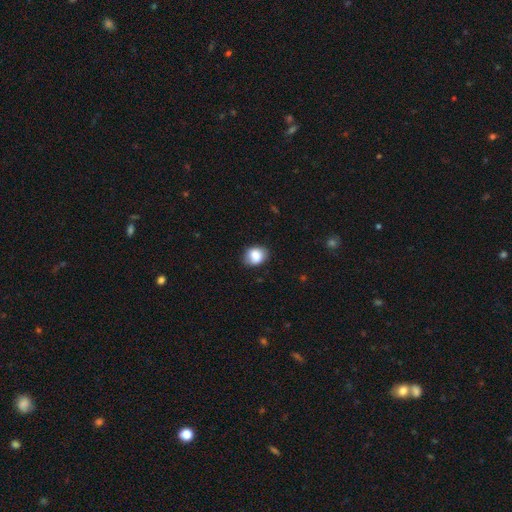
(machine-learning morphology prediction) type=smooth (83%); roundness=in between (51%); merging=none (78%).